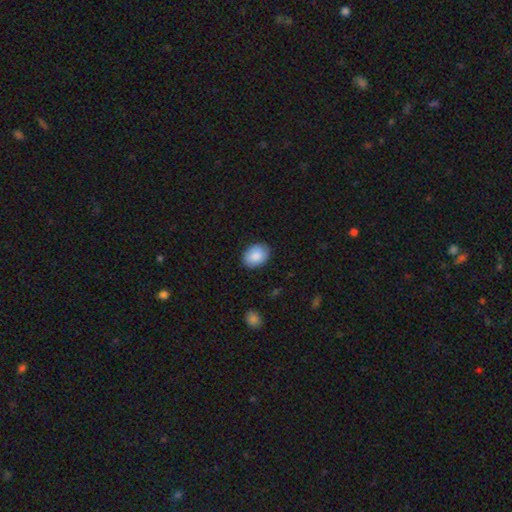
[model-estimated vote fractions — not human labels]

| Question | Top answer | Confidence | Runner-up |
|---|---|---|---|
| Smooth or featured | smooth | 89% | star or artifact (6%) |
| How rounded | in between | 77% | round (22%) |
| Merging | none | 87% | minor disturbance (10%) |